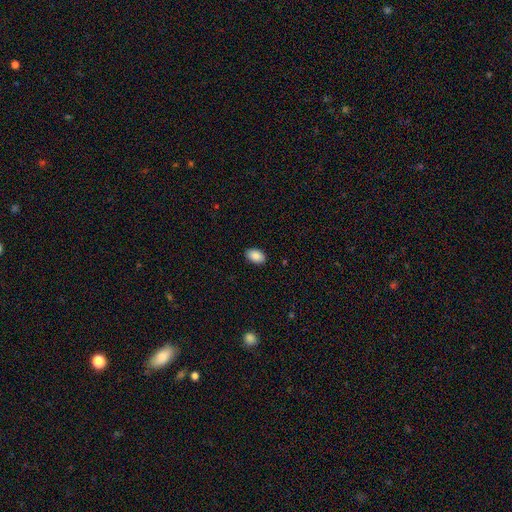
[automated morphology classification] type=smooth (87%); roundness=in between (91%); merging=none (89%).